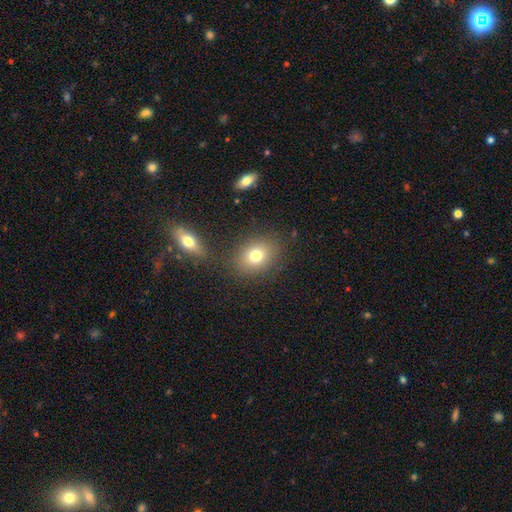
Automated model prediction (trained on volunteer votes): The model was most divided on "how rounded": in between: 54%, round: 44%, cigar-shaped: 1%. More confident: merging — none (81%); smooth or featured — smooth (76%).